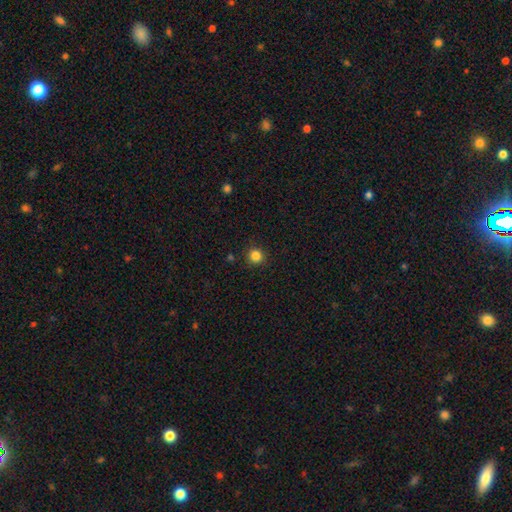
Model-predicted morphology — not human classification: type=smooth (84%); roundness=round (92%); merging=none (89%).